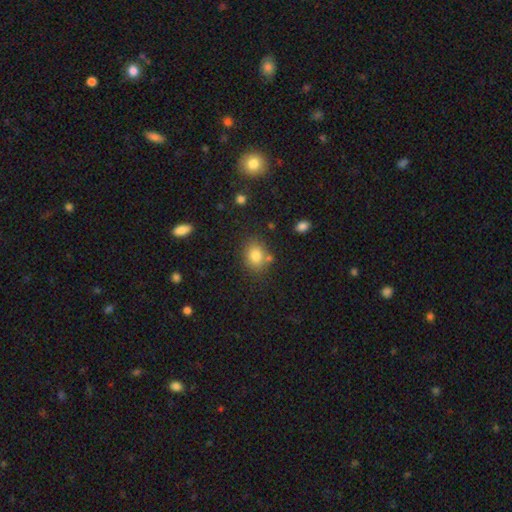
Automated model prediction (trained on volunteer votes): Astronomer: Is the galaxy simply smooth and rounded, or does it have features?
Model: smooth — 82%.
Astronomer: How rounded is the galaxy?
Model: in between — 53% (runner-up: round, 45%).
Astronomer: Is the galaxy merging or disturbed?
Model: none — 73%.